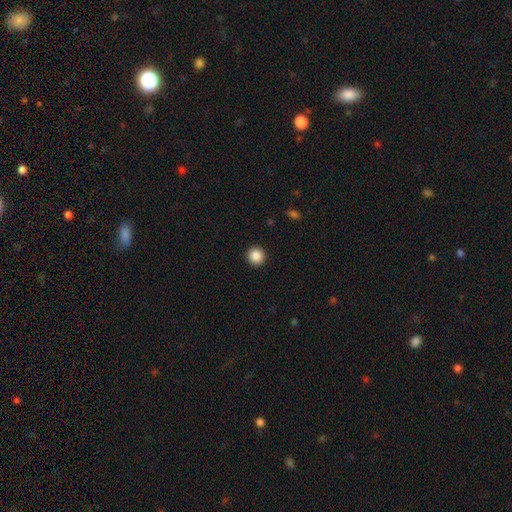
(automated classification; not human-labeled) Smooth or featured: smooth — 88% (star or artifact — 9%)
How rounded: round — 94% (in between — 5%)
Merging: none — 93% (minor disturbance — 4%)